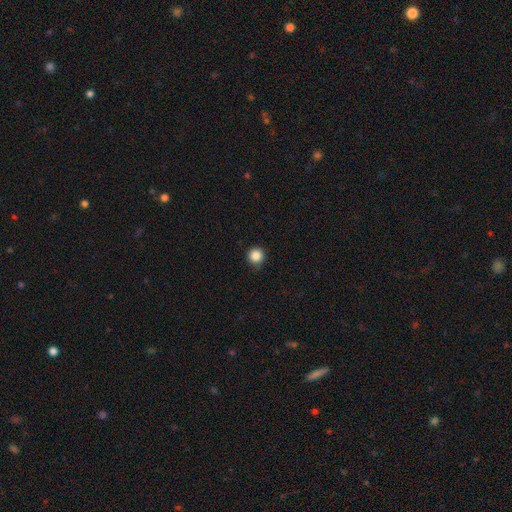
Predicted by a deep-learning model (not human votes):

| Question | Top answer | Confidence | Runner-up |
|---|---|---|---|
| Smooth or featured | smooth | 87% | star or artifact (11%) |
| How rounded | round | 96% | in between (3%) |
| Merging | none | 89% | minor disturbance (8%) |